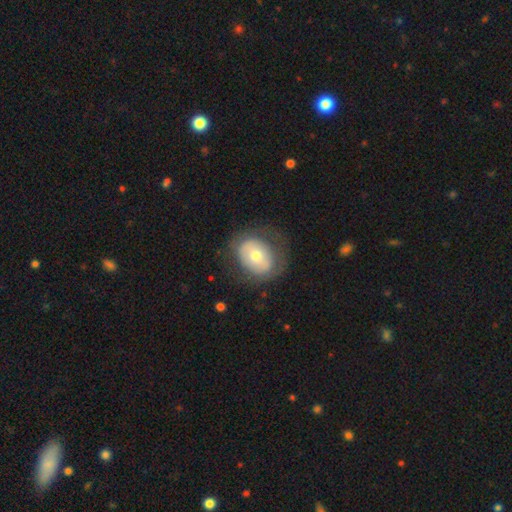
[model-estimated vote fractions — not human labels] smooth-or-featured: smooth: 55% | featured or disk: 38% | star or artifact: 7%
  how-rounded: in between: 57% | round: 42% | cigar-shaped: 1%
  merging: none: 69% | minor disturbance: 18% | major disturbance: 12% | merger: 1%